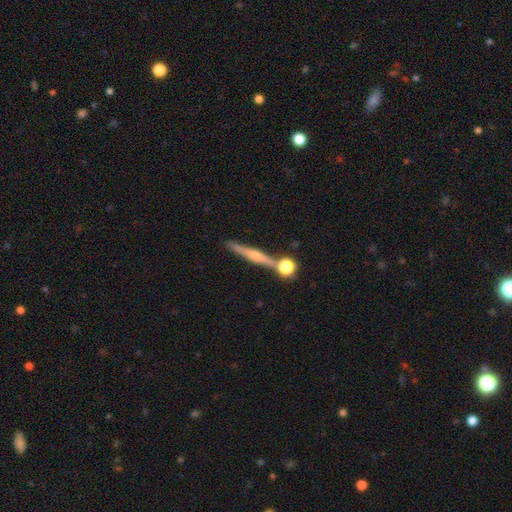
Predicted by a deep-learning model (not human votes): featured or disk 62%, smooth 29%, star or artifact 9%. Down the decision tree: edge-on disk — yes (96%); edge-on bulge — rounded (77%); merging — none (77%).